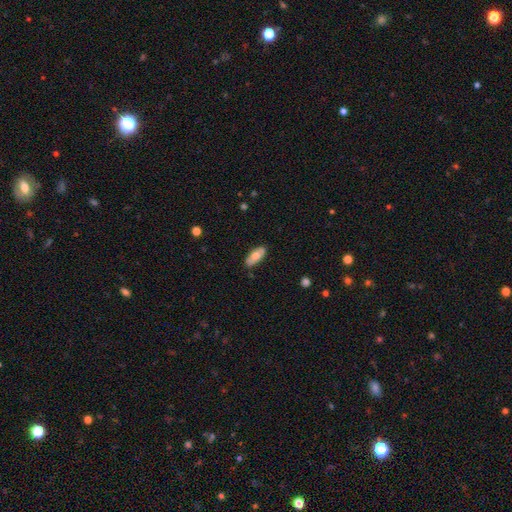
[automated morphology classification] Smooth or featured?
  - smooth: 72% *
  - featured or disk: 22%
  - star or artifact: 6%
How rounded?
  - in between: 80% *
  - cigar-shaped: 18%
  - round: 2%
Merging?
  - none: 83% *
  - minor disturbance: 13%
  - major disturbance: 2%
  - merger: 1%